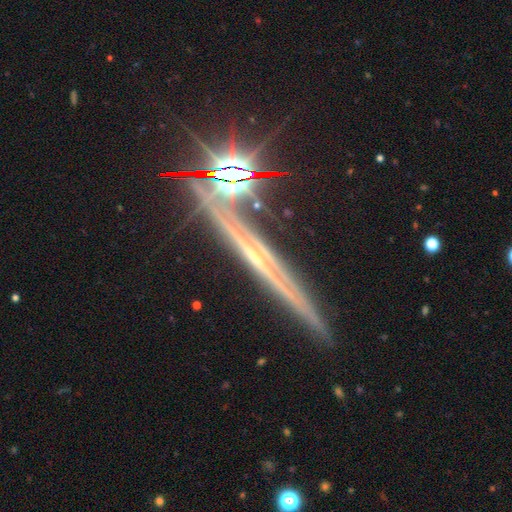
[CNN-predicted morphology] featured or disk 69%, star or artifact 18%, smooth 13%. Down the decision tree: edge-on disk — yes (92%); edge-on bulge — rounded (49%); merging — none (71%).